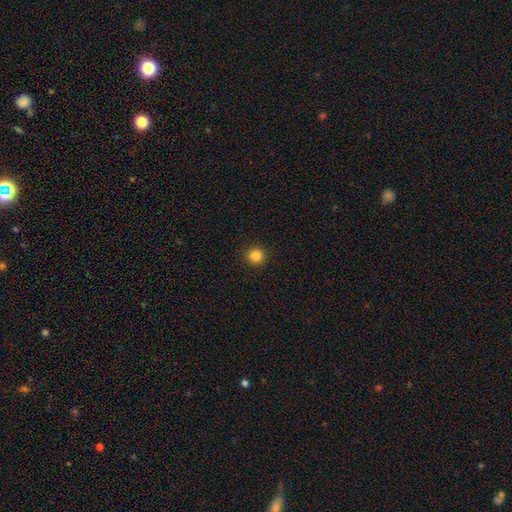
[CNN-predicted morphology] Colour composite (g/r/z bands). It shows a smooth galaxy with no disk features (84%) that is round (96%). Merging: none (93%).